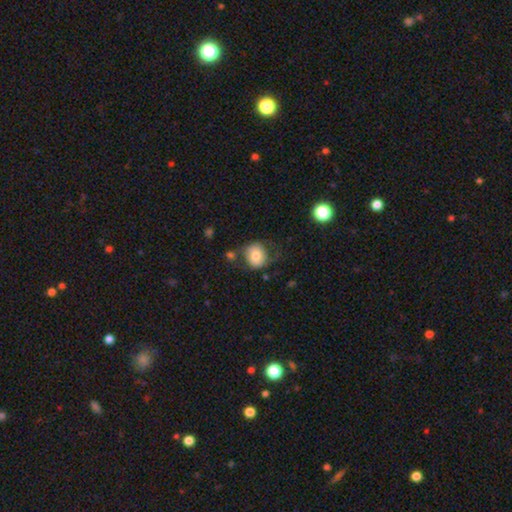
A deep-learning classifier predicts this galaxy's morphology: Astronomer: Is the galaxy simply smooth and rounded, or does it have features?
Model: smooth — 71%.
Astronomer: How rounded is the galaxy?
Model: round — 77%.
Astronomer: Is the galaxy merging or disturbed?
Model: none — 56%.